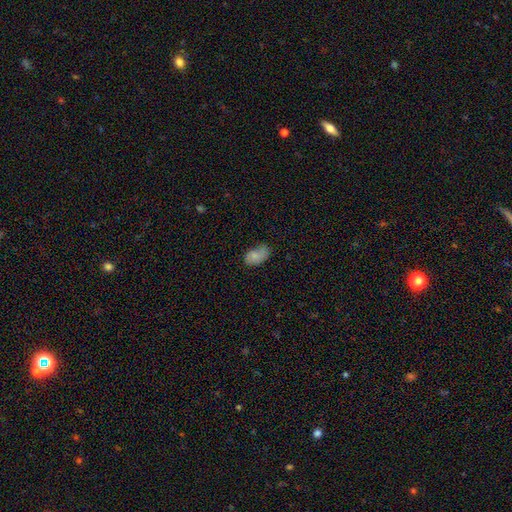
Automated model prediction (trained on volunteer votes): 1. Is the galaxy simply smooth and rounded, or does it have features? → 75% smooth, 16% featured or disk, 9% star or artifact.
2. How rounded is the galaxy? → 92% in between, 7% round, 1% cigar-shaped.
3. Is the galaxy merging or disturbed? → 52% none, 32% minor disturbance, 12% major disturbance, 4% merger.